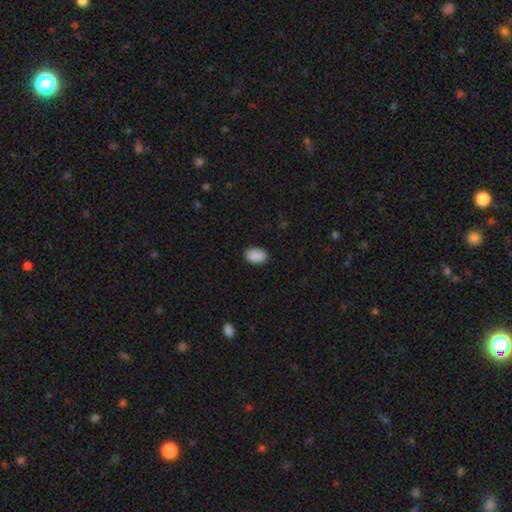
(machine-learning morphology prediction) Q: Smooth or featured?
A: smooth (90%); runner-up: star or artifact (7%)
Q: How rounded?
A: in between (89%); runner-up: round (10%)
Q: Merging?
A: none (87%); runner-up: minor disturbance (10%)